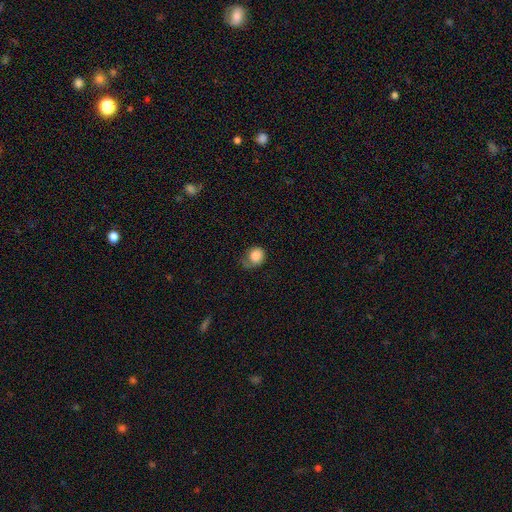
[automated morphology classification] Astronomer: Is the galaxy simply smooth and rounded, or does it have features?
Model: smooth — 82%.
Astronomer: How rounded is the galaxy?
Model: round — 72%.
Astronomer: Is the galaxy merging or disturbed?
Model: none — 41% (runner-up: minor disturbance, 36%).